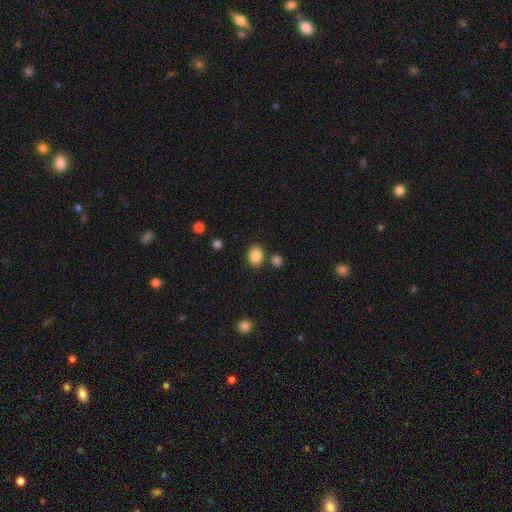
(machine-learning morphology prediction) A smooth galaxy with no disk features (87%) that is in between round and cigar-shaped (62%). Merging: none (79%).